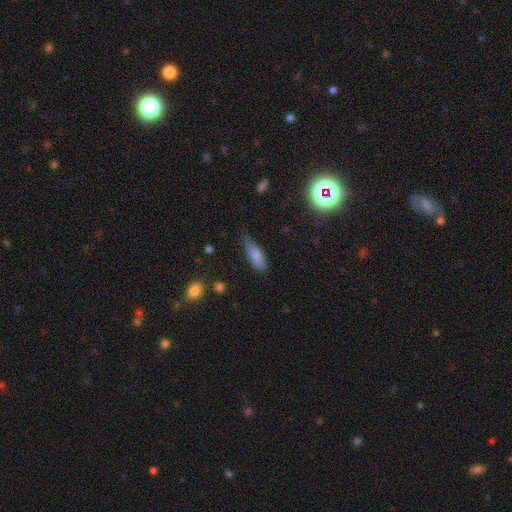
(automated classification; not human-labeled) This appears to be a smooth galaxy with no disk features (77%) that is in between round and cigar-shaped (60%). Merging: none (55%).